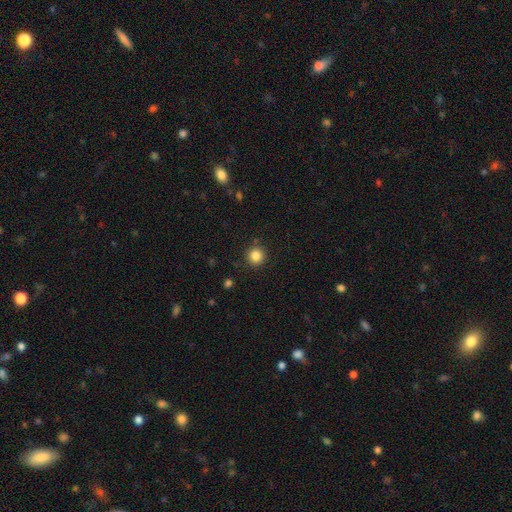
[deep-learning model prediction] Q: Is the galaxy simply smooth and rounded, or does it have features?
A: smooth — 84%.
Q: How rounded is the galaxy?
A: round — 94%.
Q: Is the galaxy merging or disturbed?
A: none — 89%.